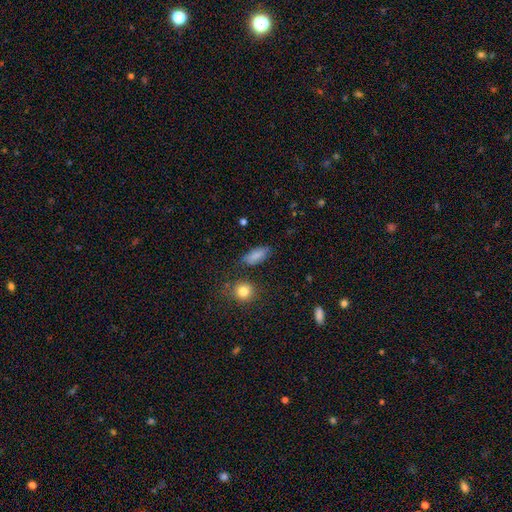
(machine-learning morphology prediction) Smooth or featured? Predicted: smooth (p=0.83). How rounded? Predicted: in between (p=0.81). Merging? Predicted: none (p=0.76).